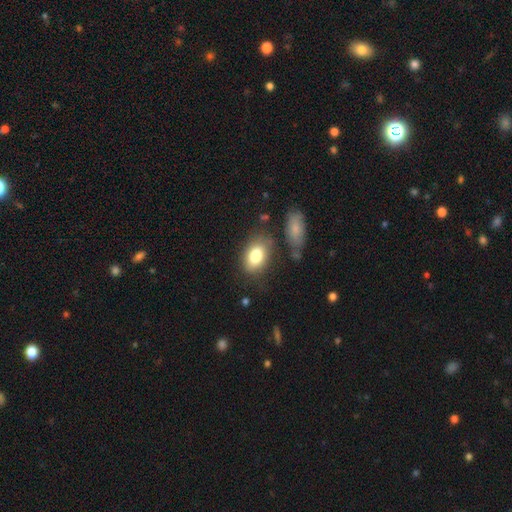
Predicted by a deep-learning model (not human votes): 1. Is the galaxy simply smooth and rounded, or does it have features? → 81% smooth, 11% featured or disk, 8% star or artifact.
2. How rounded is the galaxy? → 83% in between, 16% round, 2% cigar-shaped.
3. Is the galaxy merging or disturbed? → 72% none, 17% minor disturbance, 6% merger, 6% major disturbance.